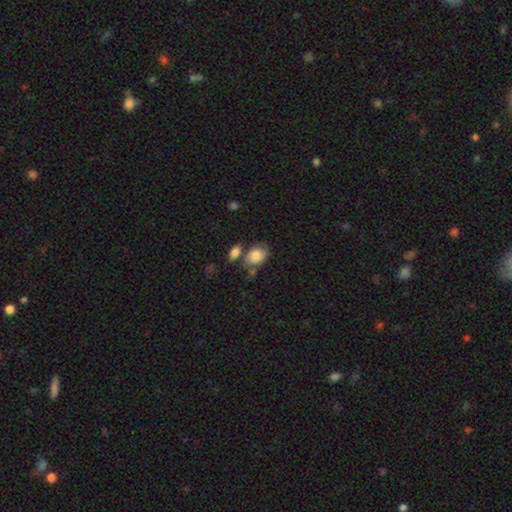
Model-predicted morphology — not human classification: Smooth or featured? Predicted: smooth (p=0.82). How rounded? Predicted: in between (p=0.74). Merging? Predicted: none (p=0.54).